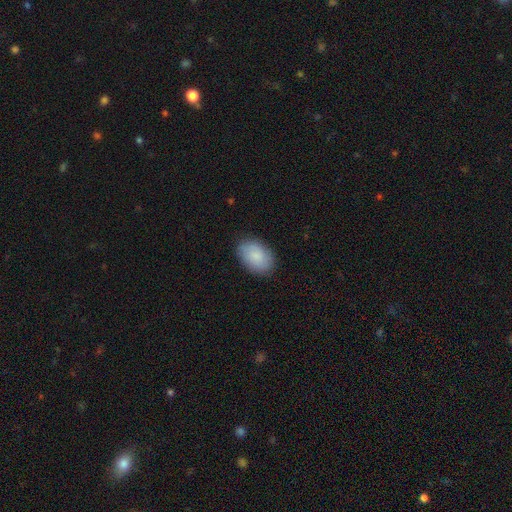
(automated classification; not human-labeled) smooth-or-featured: smooth: 87% | featured or disk: 7% | star or artifact: 6%
  how-rounded: in between: 88% | round: 11% | cigar-shaped: 1%
  merging: none: 86% | minor disturbance: 11% | major disturbance: 3% | merger: 1%